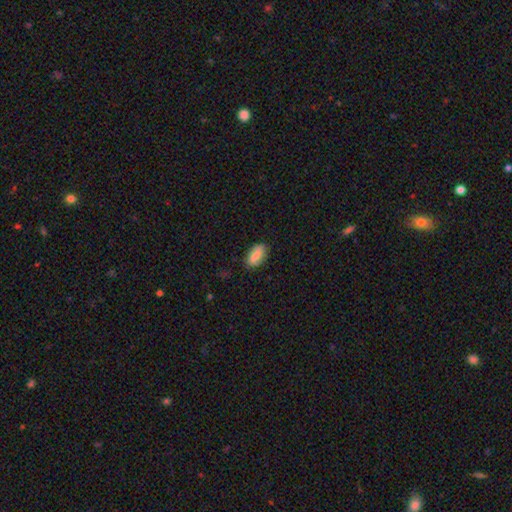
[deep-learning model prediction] smooth 68%, featured or disk 25%, star or artifact 8%. Down the decision tree: how rounded — in between (90%); merging — none (79%).